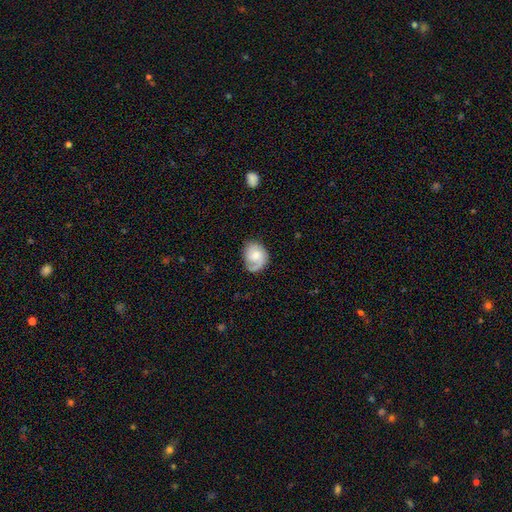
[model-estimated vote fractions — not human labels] Smooth or featured?
  - featured or disk: 58% *
  - smooth: 35%
  - star or artifact: 7%
Edge-on disk?
  - no: 97% *
  - yes: 3%
Bar?
  - no: 66% *
  - weak: 30%
  - strong: 4%
Spiral arms?
  - yes: 89% *
  - no: 11%
Spiral winding?
  - tight: 41% *
  - medium: 38%
  - loose: 21%
Spiral arm count?
  - 1: 46% *
  - 2: 41%
  - can't tell: 10%
  - 3: 2%
  - 4: 1%
  - more than 4: 1%
Bulge size?
  - moderate: 54% *
  - small: 30%
  - large: 10%
  - none: 5%
  - dominant: 2%
Merging?
  - none: 64% *
  - minor disturbance: 24%
  - major disturbance: 10%
  - merger: 2%